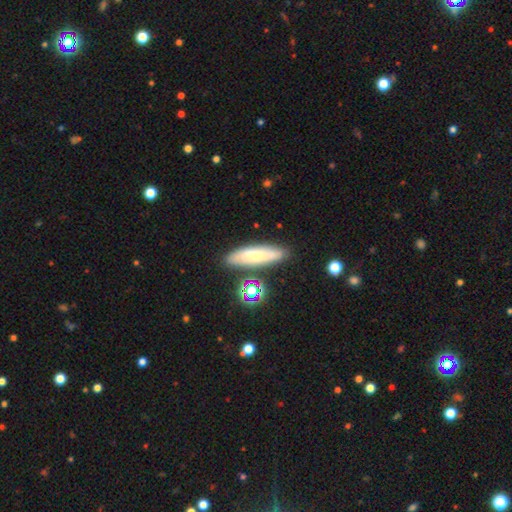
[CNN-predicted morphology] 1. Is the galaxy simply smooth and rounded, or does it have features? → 57% smooth, 31% featured or disk, 12% star or artifact.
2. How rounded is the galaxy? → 62% cigar-shaped, 34% in between, 3% round.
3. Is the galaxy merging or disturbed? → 80% none, 12% minor disturbance, 5% merger, 3% major disturbance.